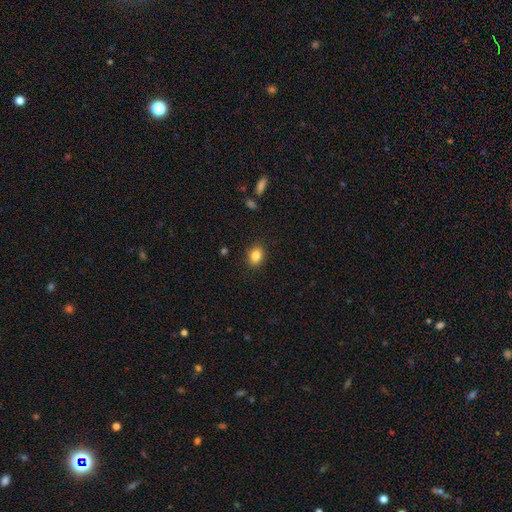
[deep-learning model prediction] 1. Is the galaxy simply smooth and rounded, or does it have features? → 84% smooth, 10% star or artifact, 6% featured or disk.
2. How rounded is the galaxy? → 57% in between, 42% round, 1% cigar-shaped.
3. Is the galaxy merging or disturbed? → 89% none, 8% minor disturbance, 2% major disturbance, 1% merger.